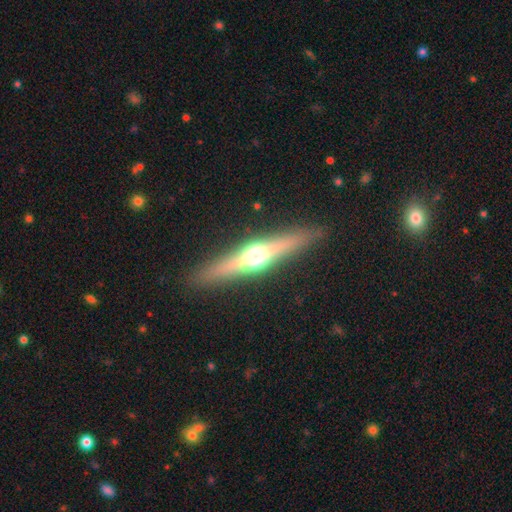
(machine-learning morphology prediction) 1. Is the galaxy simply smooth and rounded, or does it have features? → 64% featured or disk, 28% smooth, 8% star or artifact.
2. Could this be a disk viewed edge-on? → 94% yes, 6% no.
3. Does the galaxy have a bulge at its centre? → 95% rounded, 3% boxy, 2% none.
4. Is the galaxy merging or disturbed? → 88% none, 8% minor disturbance, 2% major disturbance, 1% merger.